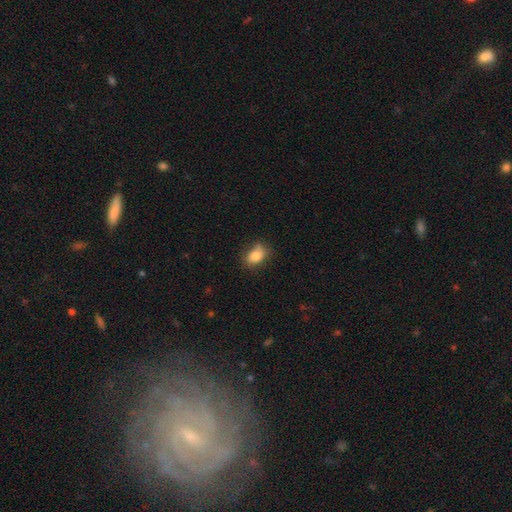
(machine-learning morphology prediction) Smooth or featured?
  - smooth: 82% *
  - star or artifact: 9%
  - featured or disk: 9%
How rounded?
  - in between: 78% *
  - round: 20%
  - cigar-shaped: 2%
Merging?
  - none: 67% *
  - minor disturbance: 24%
  - major disturbance: 5%
  - merger: 4%